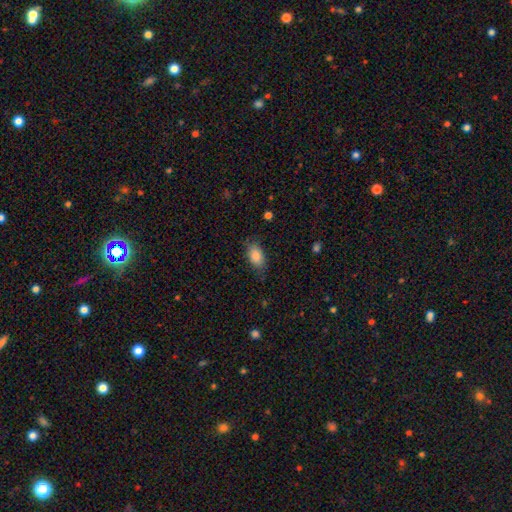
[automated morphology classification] A smooth galaxy with no disk features (86%) that is in between round and cigar-shaped (90%). Merging: none (79%).